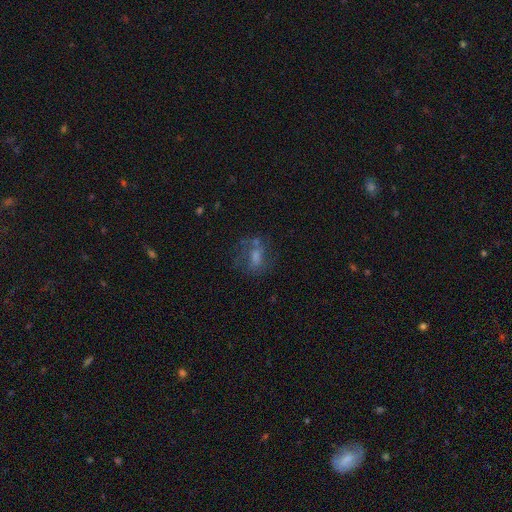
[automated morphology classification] A smooth galaxy with no disk features (43%). Merging: none (52%).